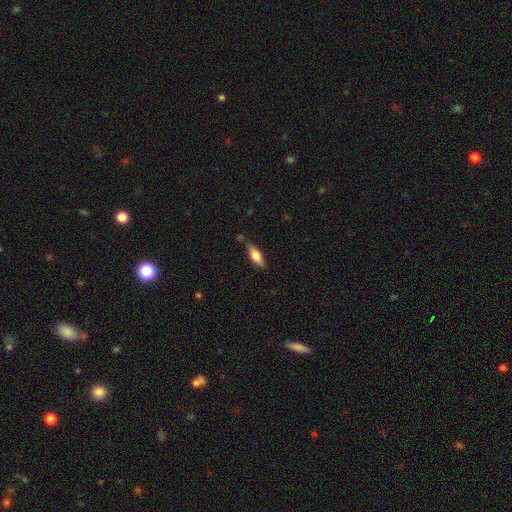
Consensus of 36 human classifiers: Smooth or featured: smooth — 67% (featured or disk — 33%)
How rounded: in between — 50% (tied with cigar-shaped — 50%)
Merging: none — 75% (minor disturbance — 19%)